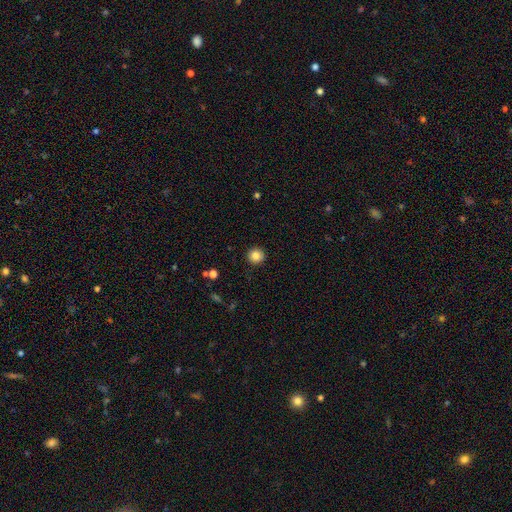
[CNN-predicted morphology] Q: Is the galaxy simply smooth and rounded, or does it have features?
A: smooth — 84%.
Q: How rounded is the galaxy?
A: round — 93%.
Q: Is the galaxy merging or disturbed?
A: none — 92%.